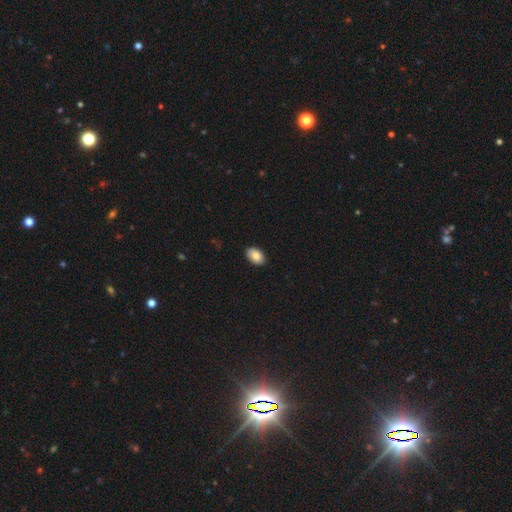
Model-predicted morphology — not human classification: Smooth or featured: smooth — 85% (featured or disk — 8%)
How rounded: in between — 91% (round — 8%)
Merging: none — 89% (minor disturbance — 8%)